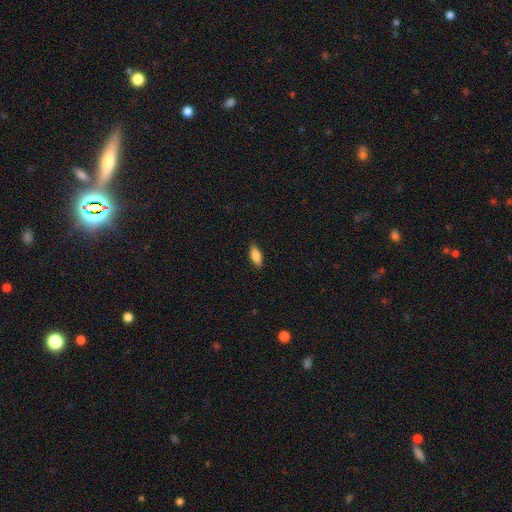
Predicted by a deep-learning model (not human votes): Morphology: type=smooth (82%); roundness=in between (79%); merging=none (88%).